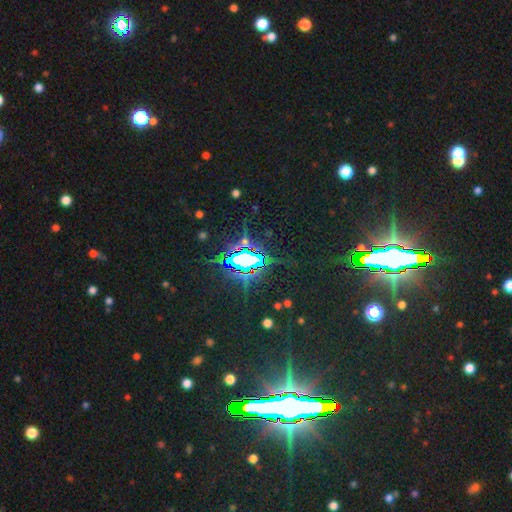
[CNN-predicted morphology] This is clearly a star or artifact rather than a galaxy (83%).